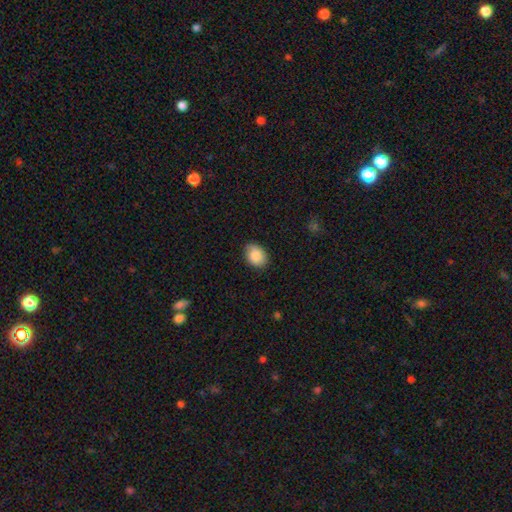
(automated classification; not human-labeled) Smooth or featured? Predicted: smooth (p=0.87). How rounded? Predicted: in between (p=0.71). Merging? Predicted: none (p=0.81).